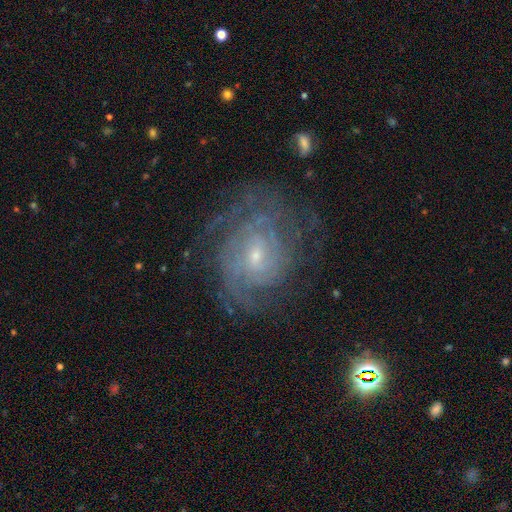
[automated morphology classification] Q: Smooth or featured?
A: featured or disk (82%); runner-up: smooth (9%)
Q: Edge-on disk?
A: no (97%); runner-up: yes (3%)
Q: Bar?
A: no (52%); runner-up: weak (40%)
Q: Spiral arms?
A: yes (92%); runner-up: no (8%)
Q: Spiral winding?
A: tight (66%); runner-up: medium (27%)
Q: Spiral arm count?
A: can't tell (46%); runner-up: 2 (14%)
Q: Bulge size?
A: small (73%); runner-up: moderate (22%)
Q: Merging?
A: none (72%); runner-up: minor disturbance (17%)